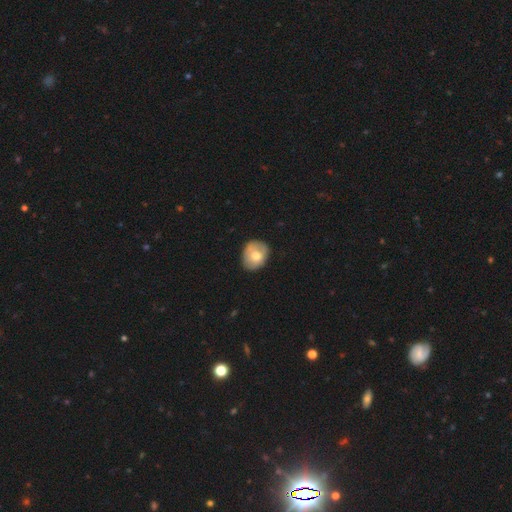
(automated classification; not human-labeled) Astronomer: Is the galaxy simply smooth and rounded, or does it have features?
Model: smooth — 65%.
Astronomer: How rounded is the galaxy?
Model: round — 58% (runner-up: in between, 41%).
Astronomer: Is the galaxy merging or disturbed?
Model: none — 74%.